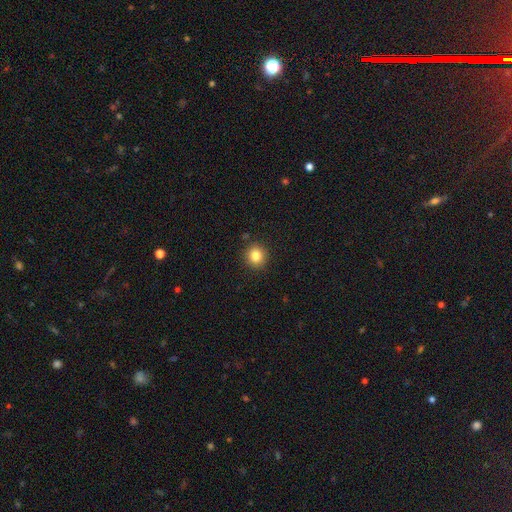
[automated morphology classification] Q: Smooth or featured?
A: smooth (83%); runner-up: star or artifact (11%)
Q: How rounded?
A: round (90%); runner-up: in between (9%)
Q: Merging?
A: none (91%); runner-up: minor disturbance (6%)